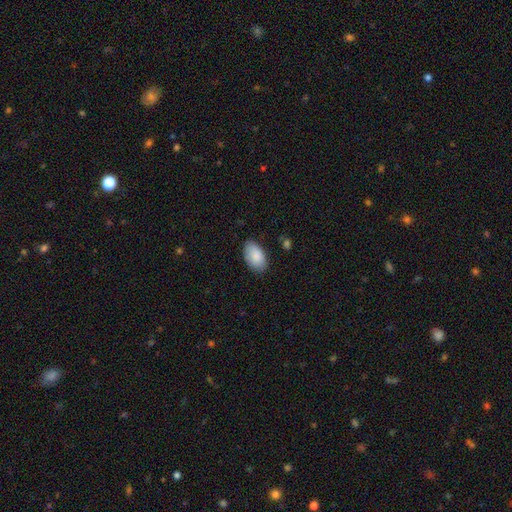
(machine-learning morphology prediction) Smooth or featured: smooth — 88% (featured or disk — 6%)
How rounded: in between — 94% (round — 4%)
Merging: none — 82% (minor disturbance — 14%)